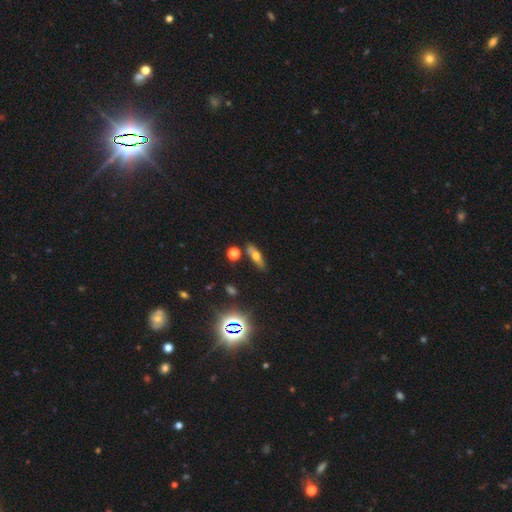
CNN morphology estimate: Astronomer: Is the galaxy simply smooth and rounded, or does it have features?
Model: smooth — 51% (runner-up: featured or disk, 34%).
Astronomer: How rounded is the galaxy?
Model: cigar-shaped — 50% (runner-up: in between, 43%).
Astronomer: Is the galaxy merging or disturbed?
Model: none — 77%.